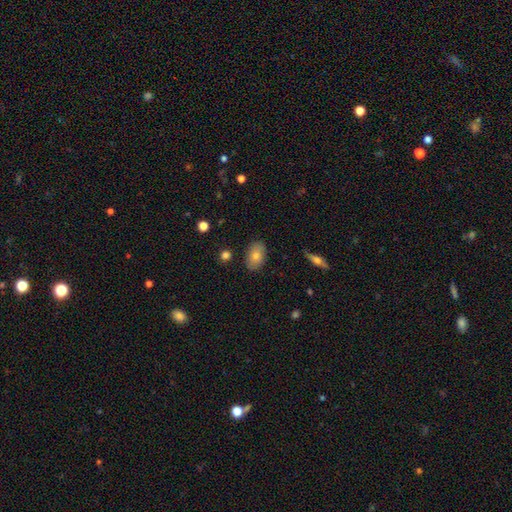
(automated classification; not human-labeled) smooth 72%, featured or disk 18%, star or artifact 10%. Down the decision tree: how rounded — in between (88%); merging — none (86%).